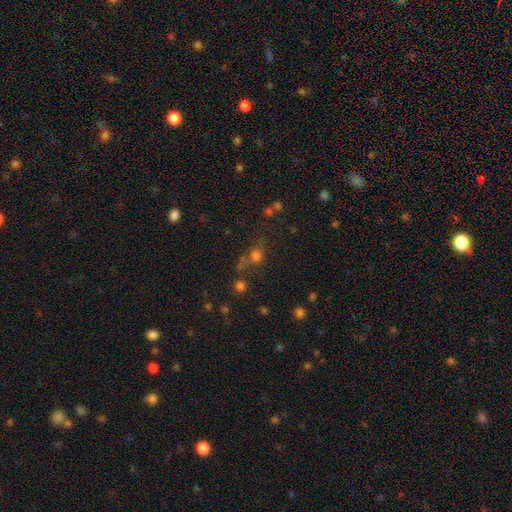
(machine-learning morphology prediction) Smooth or featured? Predicted: star or artifact (p=0.44).